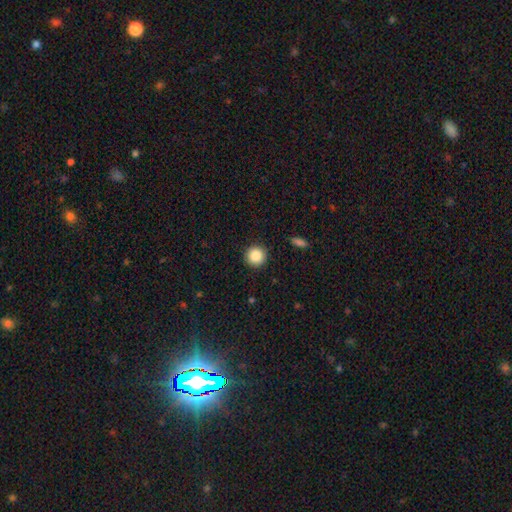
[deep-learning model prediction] smooth 86%, star or artifact 9%, featured or disk 4%. Down the decision tree: how rounded — round (95%); merging — none (92%).